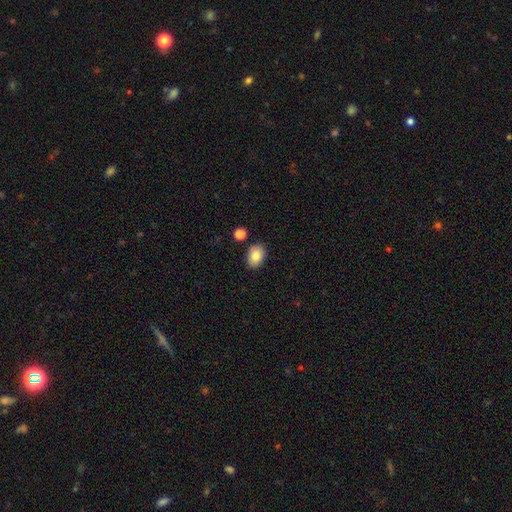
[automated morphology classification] Q: Smooth or featured?
A: smooth (84%); runner-up: featured or disk (8%)
Q: How rounded?
A: in between (80%); runner-up: round (19%)
Q: Merging?
A: none (84%); runner-up: minor disturbance (10%)